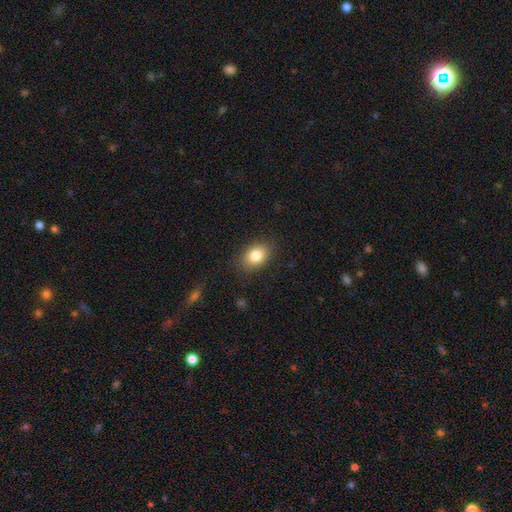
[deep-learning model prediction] Smooth or featured? smooth (83%)
How rounded? in between (74%)
Merging? none (85%)